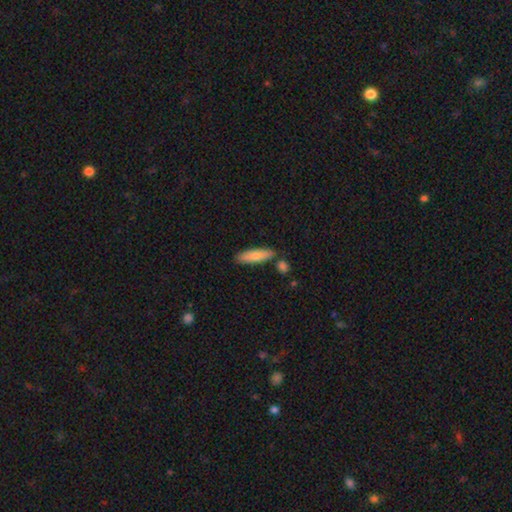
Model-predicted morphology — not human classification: This is likely a smooth galaxy (80%). How rounded: likely cigar-shaped (62%). Merging: likely none (79%).